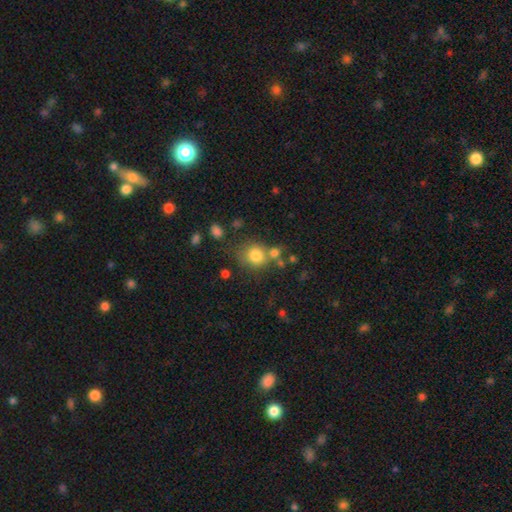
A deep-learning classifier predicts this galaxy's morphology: A smooth galaxy with no disk features (79%) that is round (83%). Merging: none (63%).